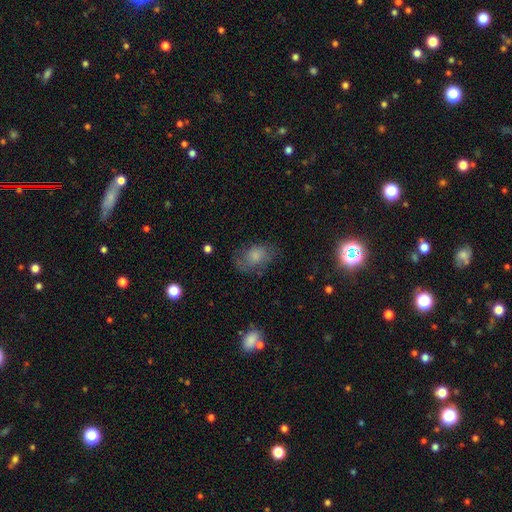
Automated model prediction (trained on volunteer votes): This is likely a smooth galaxy (64%). How rounded: likely in between (79%). Merging: possibly none (59%).